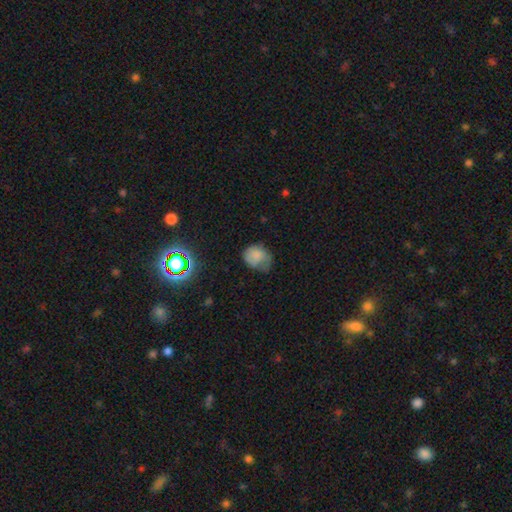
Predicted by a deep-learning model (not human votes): The model was most divided on "merging": minor disturbance: 38%, none: 37%, major disturbance: 22%, merger: 2%. More confident: smooth or featured — smooth (71%); how rounded — round (51%).